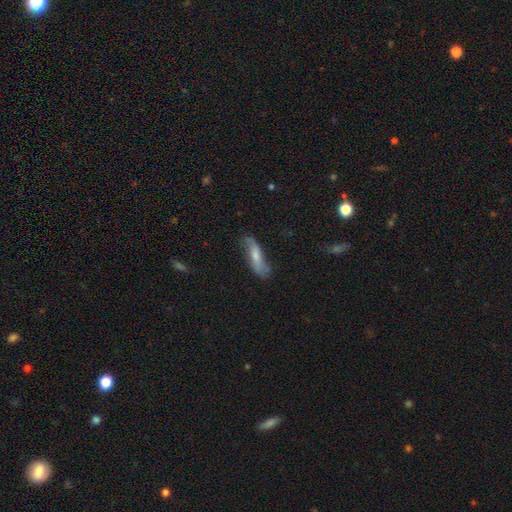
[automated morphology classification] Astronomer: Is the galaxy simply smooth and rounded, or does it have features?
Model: smooth — 50% (runner-up: featured or disk, 43%).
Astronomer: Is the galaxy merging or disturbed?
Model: none — 65%.